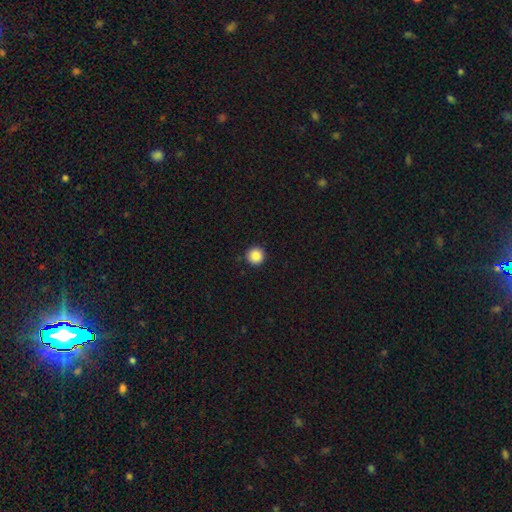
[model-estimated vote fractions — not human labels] Overall: smooth (87%). How rounded: round (96%). Merging: none (91%).